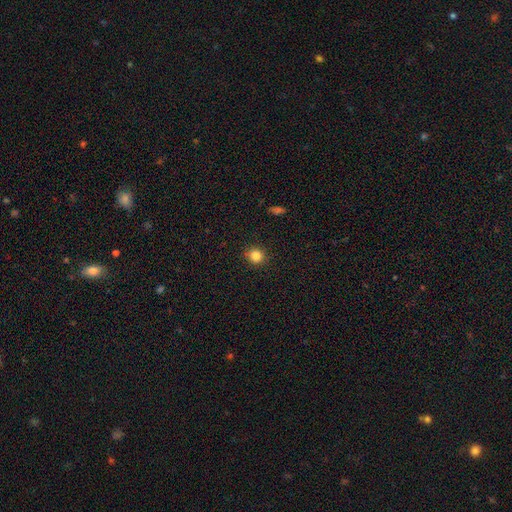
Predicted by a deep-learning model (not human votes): A smooth galaxy with no disk features (84%) that is round (90%).

Vote fractions:
- Smooth or featured? smooth: 84% / star or artifact: 11% / featured or disk: 5%
- How rounded? round: 90% / in between: 9% / cigar-shaped: 1%
- Merging? none: 92% / minor disturbance: 5% / major disturbance: 2% / merger: 1%